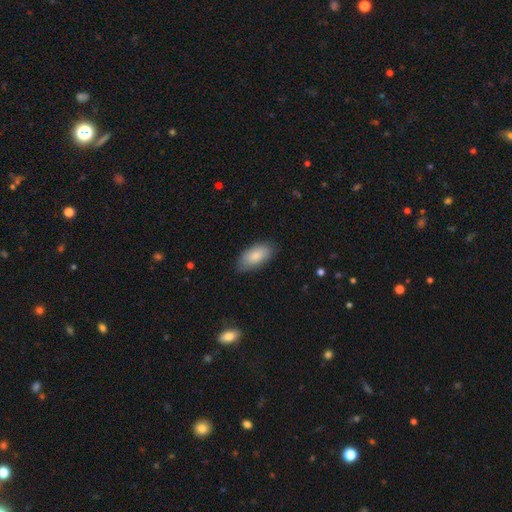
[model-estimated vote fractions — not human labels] This appears to be a smooth galaxy with no disk features (85%) that is in between round and cigar-shaped (93%). Merging: none (80%).